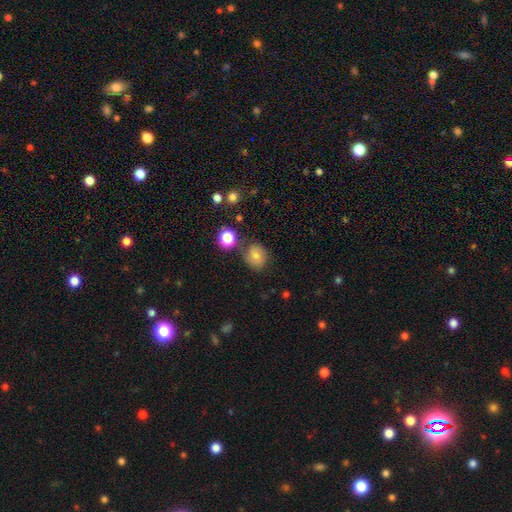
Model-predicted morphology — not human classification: smooth 76%, star or artifact 13%, featured or disk 11%. Down the decision tree: how rounded — round (65%); merging — none (69%).